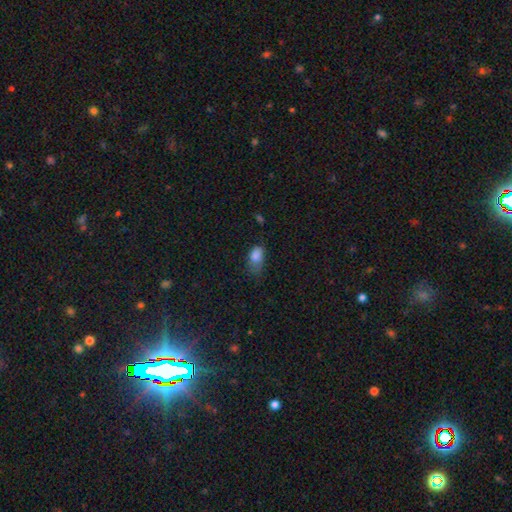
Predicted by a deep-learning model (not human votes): Morphology: type=smooth (82%); roundness=in between (87%); merging=minor disturbance (40%).